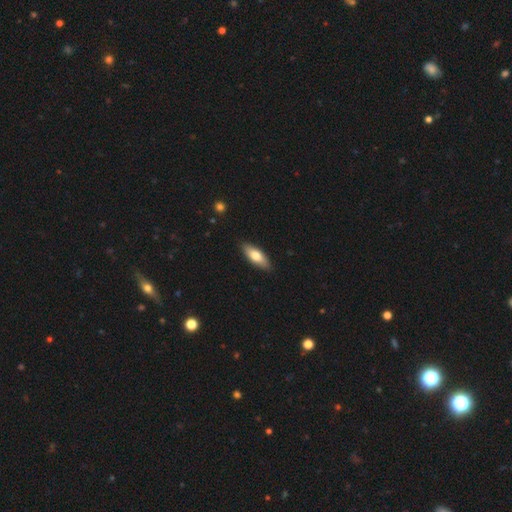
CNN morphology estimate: type=smooth (71%); roundness=in between (70%); merging=none (88%).